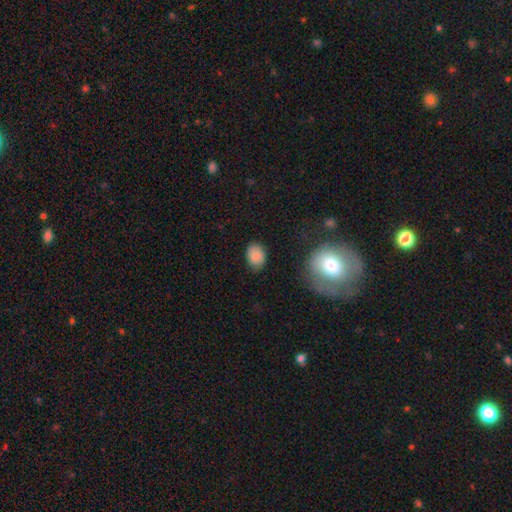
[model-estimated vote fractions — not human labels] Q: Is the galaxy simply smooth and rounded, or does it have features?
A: smooth — 83%.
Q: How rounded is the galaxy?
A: in between — 72%.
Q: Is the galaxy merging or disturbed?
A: none — 78%.